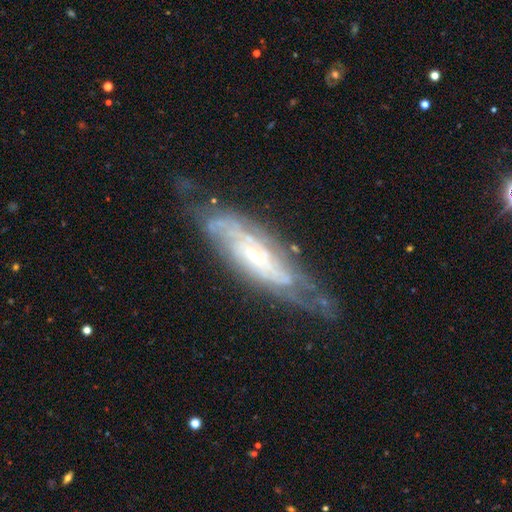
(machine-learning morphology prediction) smooth-or-featured: featured or disk: 81% | smooth: 12% | star or artifact: 7%
  disk-edge-on: no: 77% | yes: 23%
    bar: no: 61% | weak: 29% | strong: 9%
    has-spiral-arms: yes: 90% | no: 10%
      spiral-winding: tight: 65% | medium: 28% | loose: 7%
      spiral-arm-count: can't tell: 55% | 2: 19% | 3: 10% | 4: 8% | more than 4: 5% | 1: 4%
    bulge-size: small: 67% | moderate: 28% | none: 2% | large: 2% | dominant: 1%
  merging: none: 65% | minor disturbance: 23% | major disturbance: 10% | merger: 2%